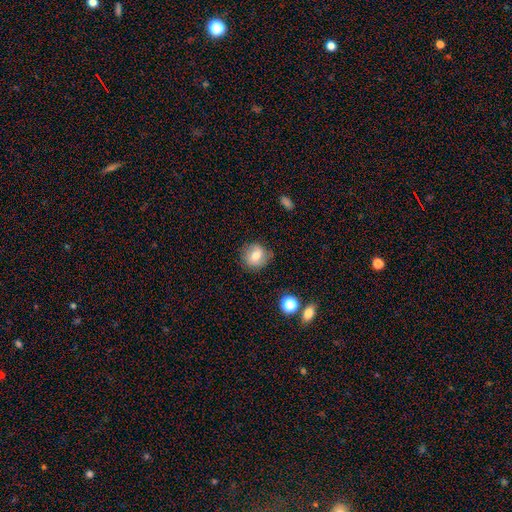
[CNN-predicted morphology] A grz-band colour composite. It shows a smooth galaxy with no disk features (72%) that is round (83%). Merging: none (79%).